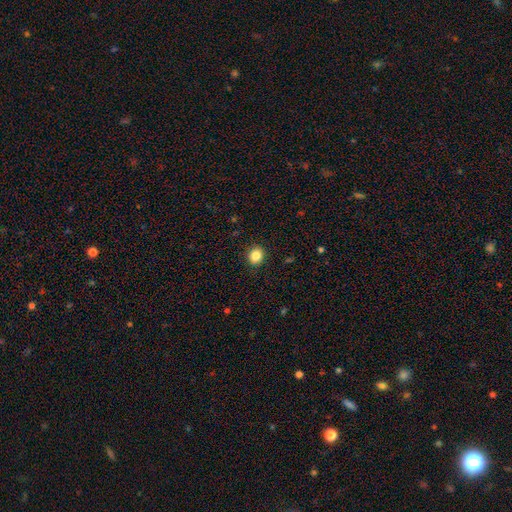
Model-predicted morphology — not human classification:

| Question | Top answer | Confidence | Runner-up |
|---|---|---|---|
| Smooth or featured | smooth | 85% | star or artifact (10%) |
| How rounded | round | 69% | in between (30%) |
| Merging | none | 91% | minor disturbance (6%) |